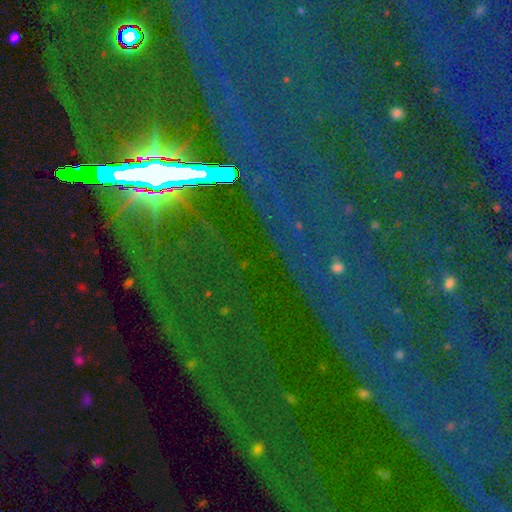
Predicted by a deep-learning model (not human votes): smooth-or-featured: star or artifact: 85% | featured or disk: 9% | smooth: 6%